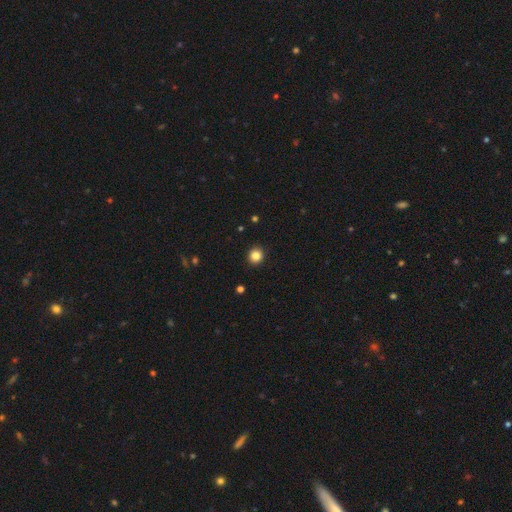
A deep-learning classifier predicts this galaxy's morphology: smooth_or_featured: smooth (p=0.84) [alt: star or artifact p=0.11]
how_rounded: round (p=0.92) [alt: in between p=0.07]
merging: none (p=0.93) [alt: minor disturbance p=0.05]